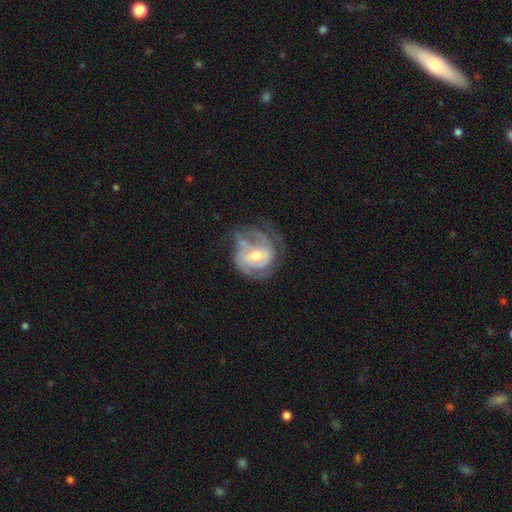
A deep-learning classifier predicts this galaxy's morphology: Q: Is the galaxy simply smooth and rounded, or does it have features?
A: featured or disk — 83%.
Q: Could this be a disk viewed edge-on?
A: no — 98%.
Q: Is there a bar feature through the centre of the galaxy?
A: weak — 46%.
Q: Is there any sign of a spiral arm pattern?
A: yes — 91%.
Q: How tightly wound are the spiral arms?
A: tight — 56%.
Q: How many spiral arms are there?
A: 2 — 35%.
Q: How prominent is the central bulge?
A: moderate — 61%.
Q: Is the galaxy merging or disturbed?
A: none — 51%.